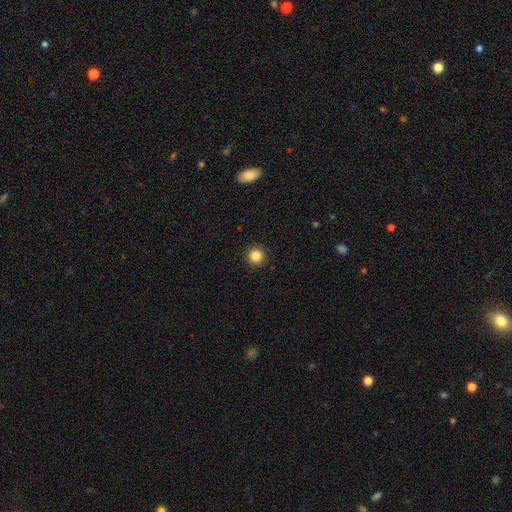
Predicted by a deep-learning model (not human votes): This appears to be a smooth galaxy with no disk features (85%) that is round (96%). Merging: none (93%).